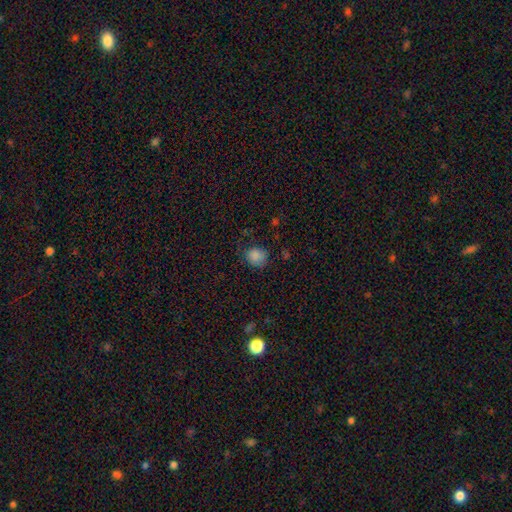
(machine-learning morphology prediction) smooth 84%, star or artifact 11%, featured or disk 4%. Down the decision tree: how rounded — round (75%); merging — none (69%).